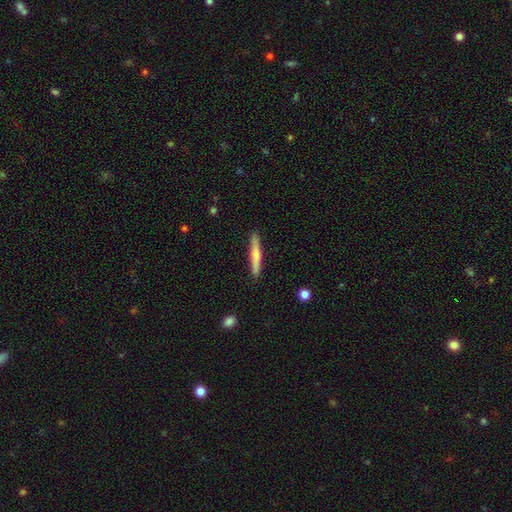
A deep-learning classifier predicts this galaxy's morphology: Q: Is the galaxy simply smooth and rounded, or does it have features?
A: smooth — 62%.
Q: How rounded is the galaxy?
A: cigar-shaped — 94%.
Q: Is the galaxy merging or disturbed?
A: none — 89%.